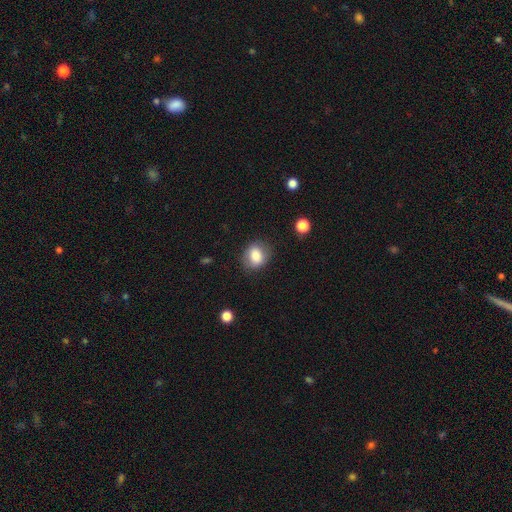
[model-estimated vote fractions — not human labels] Smooth or featured? Predicted: smooth (p=0.81). How rounded? Predicted: round (p=0.52). Merging? Predicted: none (p=0.80).